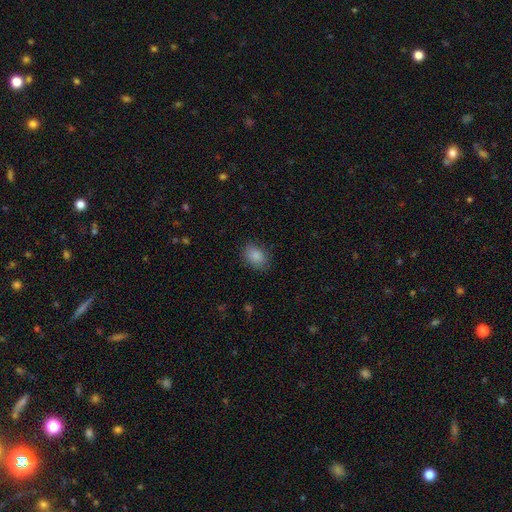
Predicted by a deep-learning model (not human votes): smooth-or-featured: smooth: 87% | star or artifact: 8% | featured or disk: 5%
  how-rounded: in between: 78% | round: 21% | cigar-shaped: 1%
  merging: none: 81% | minor disturbance: 15% | major disturbance: 4% | merger: 1%